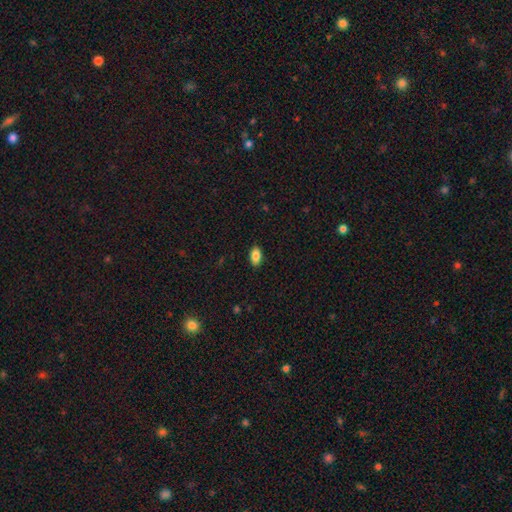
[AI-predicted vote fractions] smooth_or_featured: smooth (p=0.86) [alt: star or artifact p=0.08]
how_rounded: in between (p=0.92) [alt: round p=0.05]
merging: none (p=0.89) [alt: minor disturbance p=0.08]